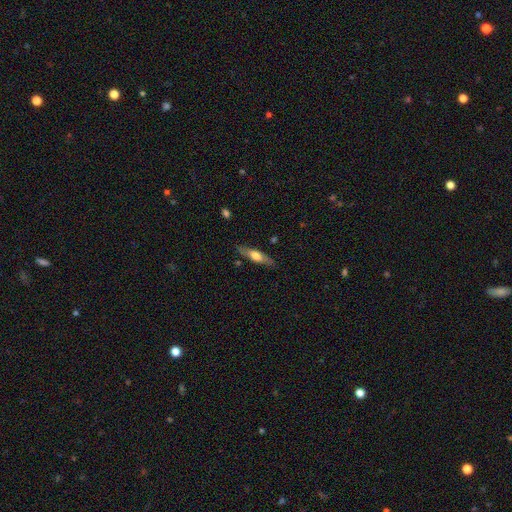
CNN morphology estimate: This appears to be a smooth galaxy with no disk features (48%). Merging: none (83%).